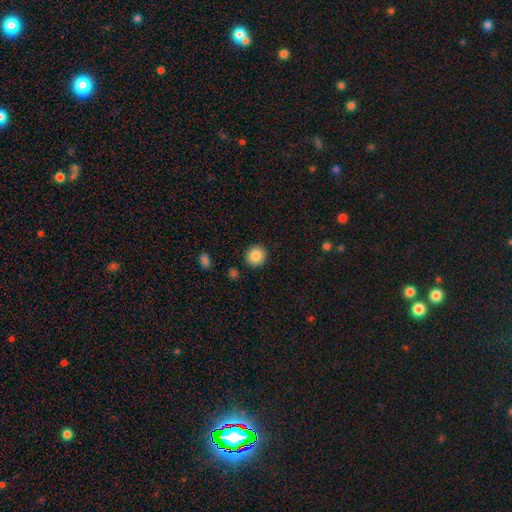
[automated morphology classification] This appears to be a smooth galaxy with no disk features (87%) that is round (91%). Merging: none (91%).